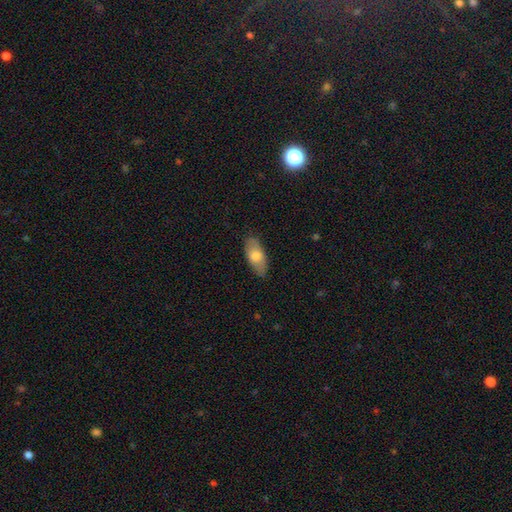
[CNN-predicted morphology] Q: Smooth or featured?
A: smooth (73%); runner-up: featured or disk (21%)
Q: How rounded?
A: in between (86%); runner-up: cigar-shaped (11%)
Q: Merging?
A: none (84%); runner-up: minor disturbance (12%)